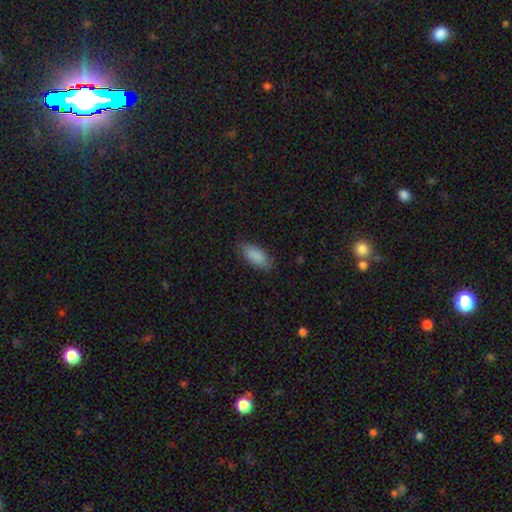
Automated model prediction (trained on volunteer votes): This is clearly a smooth galaxy (88%). How rounded: clearly in between (88%). Merging: clearly none (81%).